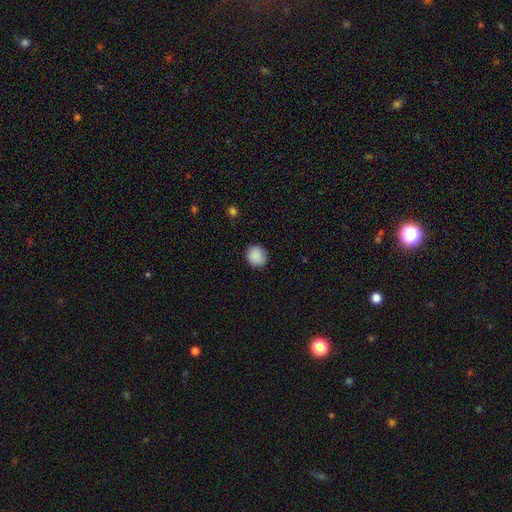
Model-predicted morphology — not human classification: Q: Smooth or featured?
A: smooth (88%); runner-up: star or artifact (8%)
Q: How rounded?
A: round (86%); runner-up: in between (13%)
Q: Merging?
A: none (84%); runner-up: minor disturbance (13%)